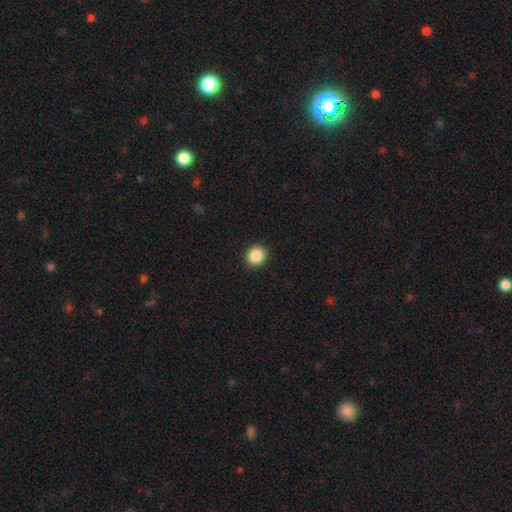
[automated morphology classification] A smooth galaxy with no disk features (88%) that is round (75%).

Vote fractions:
- Smooth or featured? smooth: 88% / star or artifact: 9% / featured or disk: 3%
- How rounded? round: 75% / in between: 24% / cigar-shaped: 1%
- Merging? none: 92% / minor disturbance: 5% / major disturbance: 2% / merger: 1%